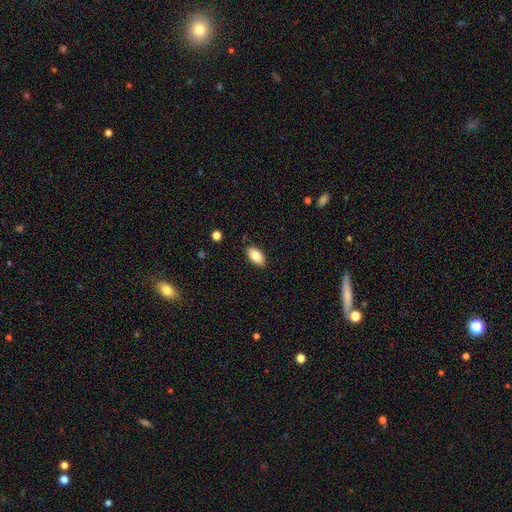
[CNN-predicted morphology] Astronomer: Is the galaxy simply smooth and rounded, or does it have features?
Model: smooth — 84%.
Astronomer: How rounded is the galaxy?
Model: in between — 93%.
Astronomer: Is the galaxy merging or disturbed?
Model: none — 87%.